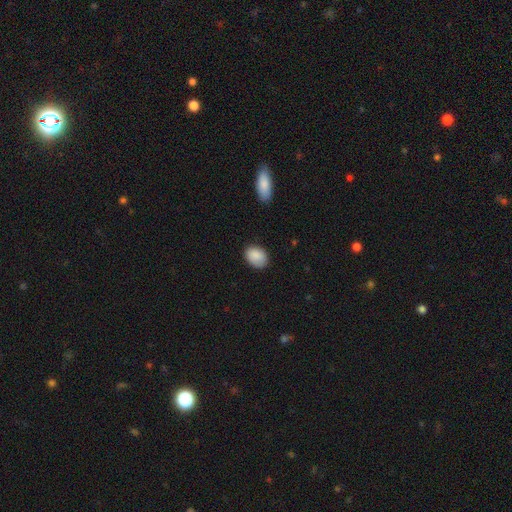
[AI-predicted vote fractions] Smooth or featured?
  - smooth: 88% *
  - star or artifact: 7%
  - featured or disk: 5%
How rounded?
  - in between: 75% *
  - round: 24%
  - cigar-shaped: 1%
Merging?
  - none: 79% *
  - minor disturbance: 16%
  - major disturbance: 3%
  - merger: 1%